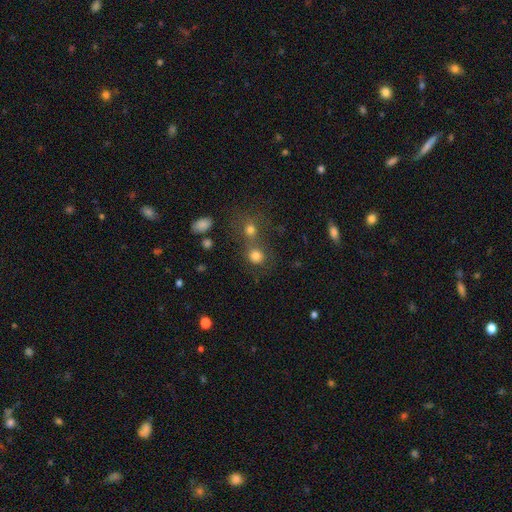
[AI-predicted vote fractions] This appears to be a smooth galaxy with no disk features (78%) that is round (80%). Merging: none (46%).